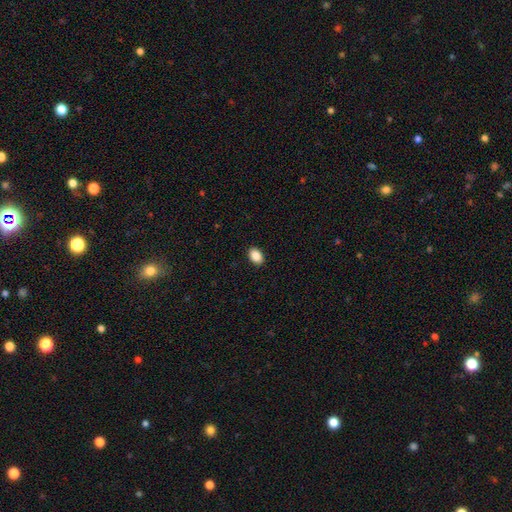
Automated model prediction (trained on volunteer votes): The model was most divided on "how rounded": in between: 85%, round: 14%, cigar-shaped: 1%. More confident: merging — none (91%); smooth or featured — smooth (89%).